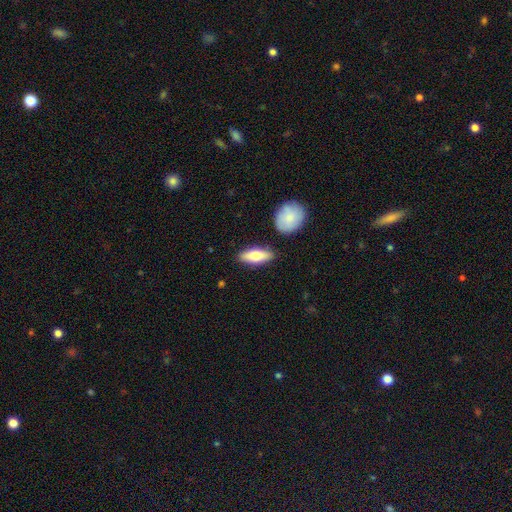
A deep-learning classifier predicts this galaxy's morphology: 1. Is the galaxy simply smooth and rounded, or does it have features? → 69% smooth, 25% featured or disk, 6% star or artifact.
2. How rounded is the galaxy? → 69% in between, 28% cigar-shaped, 3% round.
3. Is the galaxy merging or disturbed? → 83% none, 10% minor disturbance, 4% merger, 2% major disturbance.